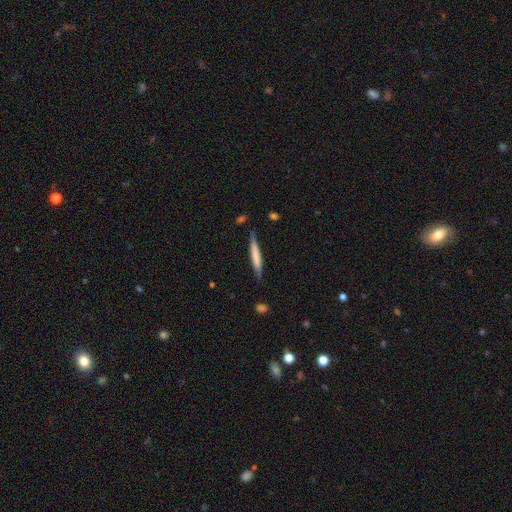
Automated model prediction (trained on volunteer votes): A smooth galaxy with no disk features (62%) that is cigar-shaped (94%). Merging: none (80%).